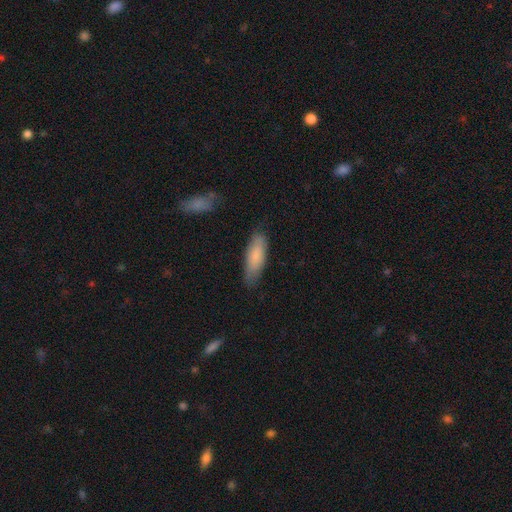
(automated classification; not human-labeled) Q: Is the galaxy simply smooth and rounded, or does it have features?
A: smooth — 83%.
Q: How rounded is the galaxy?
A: in between — 52%.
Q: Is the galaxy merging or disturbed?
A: none — 77%.